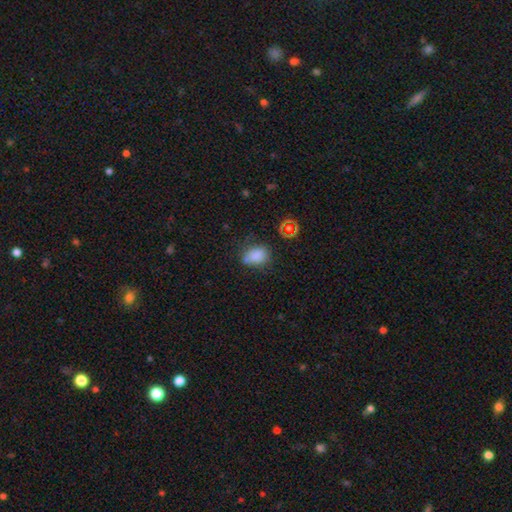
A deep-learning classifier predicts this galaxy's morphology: A smooth galaxy with no disk features (79%) that is in between round and cigar-shaped (65%). Merging: none (58%).